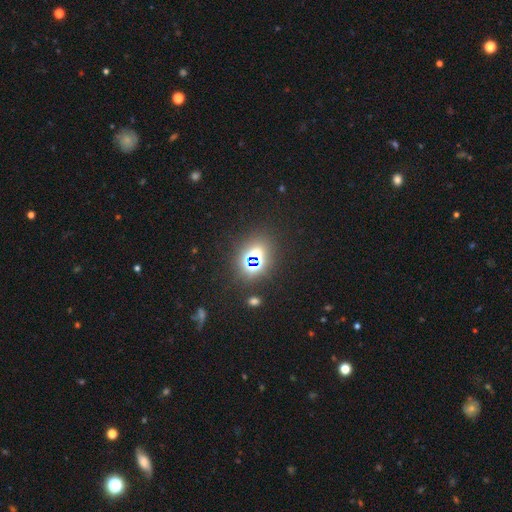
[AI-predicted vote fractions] Smooth or featured?
  - star or artifact: 66% *
  - smooth: 25%
  - featured or disk: 9%